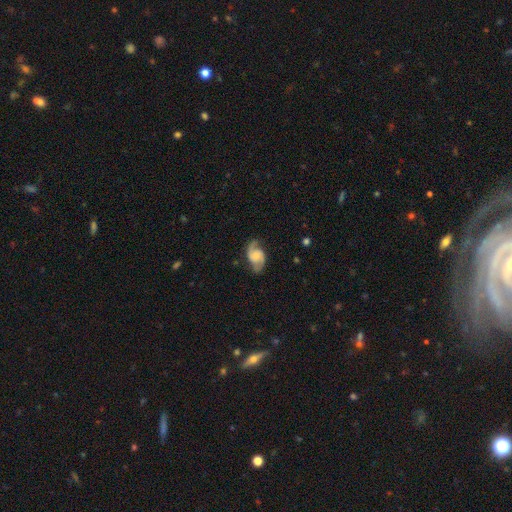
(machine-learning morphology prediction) type=featured or disk (82%); edge-on=no (97%); bar=no (60%); spiral arms=yes (96%); winding=medium (49%); arm count=2 (91%); bulge=small (46%); merging=none (74%).